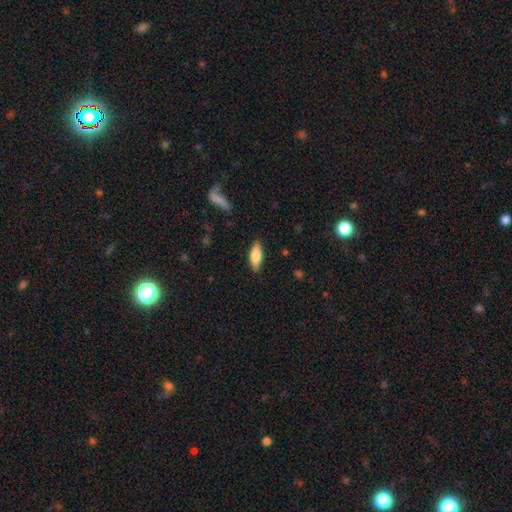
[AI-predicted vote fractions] Morphology: type=smooth (72%); roundness=in between (70%); merging=none (86%).